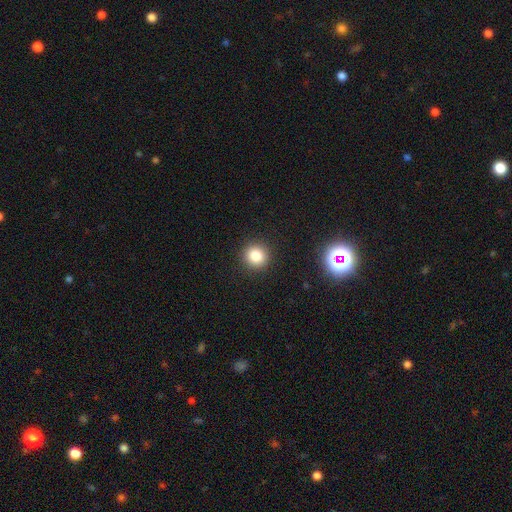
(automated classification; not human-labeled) Smooth or featured? Predicted: smooth (p=0.83). How rounded? Predicted: round (p=0.93). Merging? Predicted: none (p=0.92).